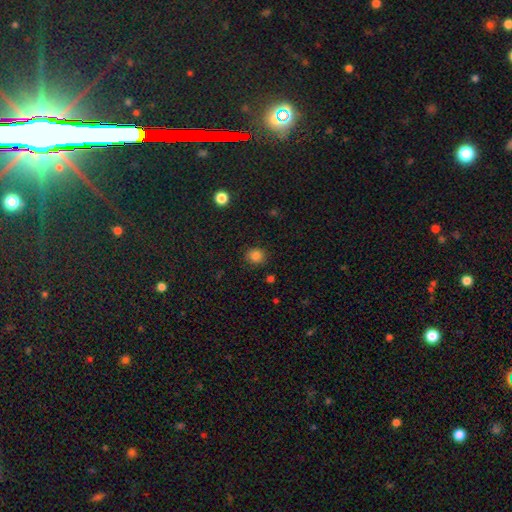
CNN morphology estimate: Smooth or featured? Predicted: smooth (p=0.84). How rounded? Predicted: round (p=0.81). Merging? Predicted: none (p=0.87).